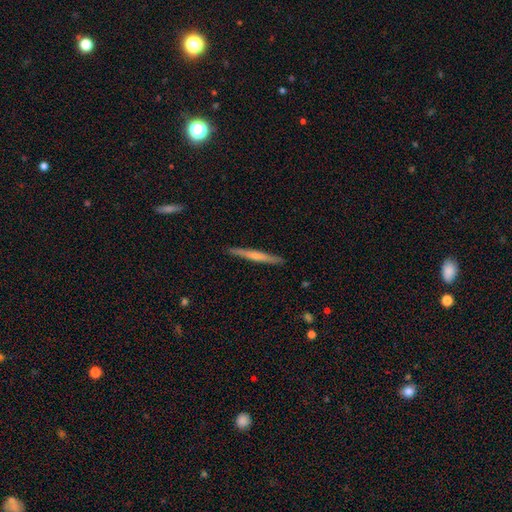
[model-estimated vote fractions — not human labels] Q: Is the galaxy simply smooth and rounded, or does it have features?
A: featured or disk — 48%.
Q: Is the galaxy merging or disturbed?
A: none — 90%.